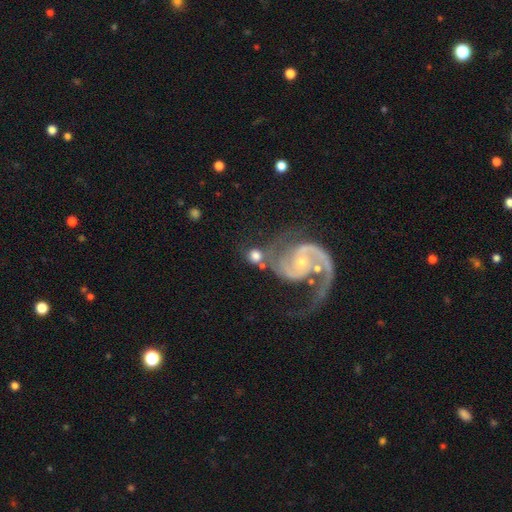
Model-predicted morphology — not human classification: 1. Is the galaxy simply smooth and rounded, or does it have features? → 48% featured or disk, 43% smooth, 9% star or artifact.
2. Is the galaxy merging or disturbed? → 55% none, 21% merger, 15% minor disturbance, 9% major disturbance.